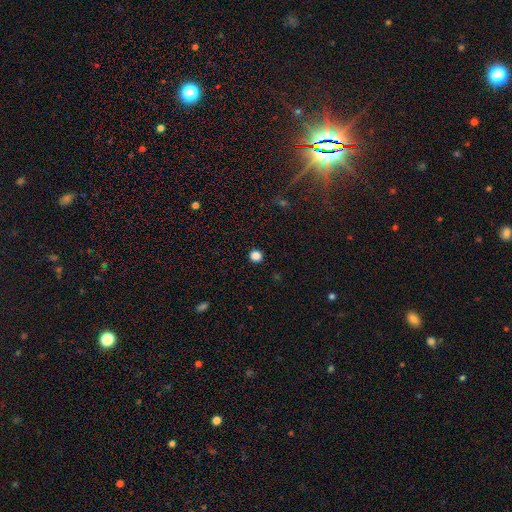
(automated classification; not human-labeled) A smooth galaxy with no disk features (84%) that is round (92%). Merging: none (92%).